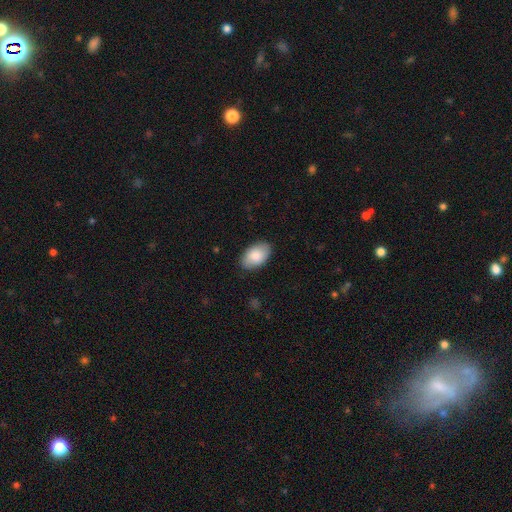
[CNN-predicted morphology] smooth 86%, featured or disk 8%, star or artifact 6%. Down the decision tree: how rounded — in between (93%); merging — none (85%).